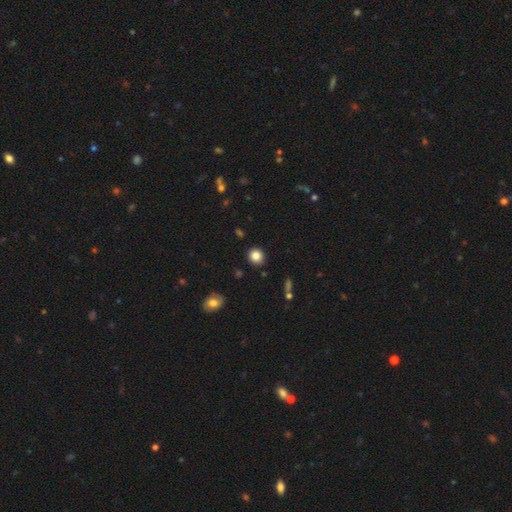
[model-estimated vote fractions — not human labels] smooth 85%, star or artifact 10%, featured or disk 5%. Down the decision tree: how rounded — round (86%); merging — none (91%).